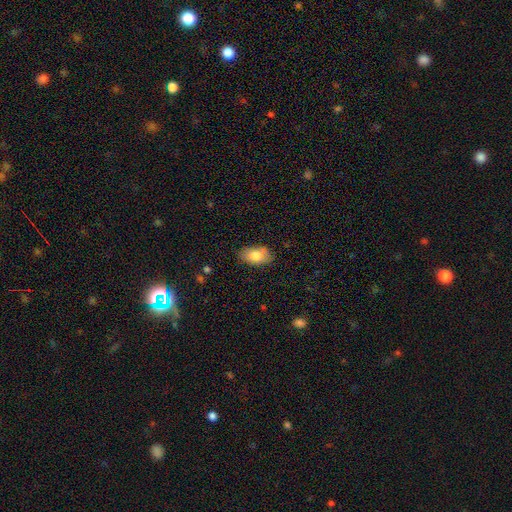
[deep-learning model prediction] Smooth or featured?
  - smooth: 79% *
  - featured or disk: 14%
  - star or artifact: 7%
How rounded?
  - in between: 92% *
  - round: 6%
  - cigar-shaped: 2%
Merging?
  - none: 79% *
  - minor disturbance: 17%
  - major disturbance: 3%
  - merger: 1%